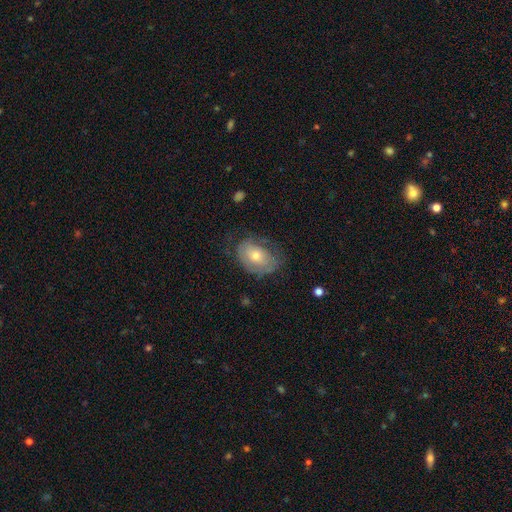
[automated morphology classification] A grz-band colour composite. It shows a smooth galaxy with no disk features (52%) that is in between round and cigar-shaped (79%). Merging: none (54%).